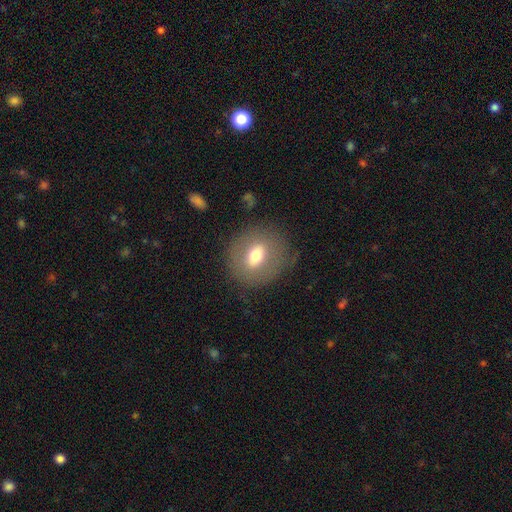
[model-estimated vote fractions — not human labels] smooth_or_featured: smooth (p=0.57) [alt: featured or disk p=0.34]
how_rounded: round (p=0.63) [alt: in between p=0.35]
merging: none (p=0.79) [alt: minor disturbance p=0.13]